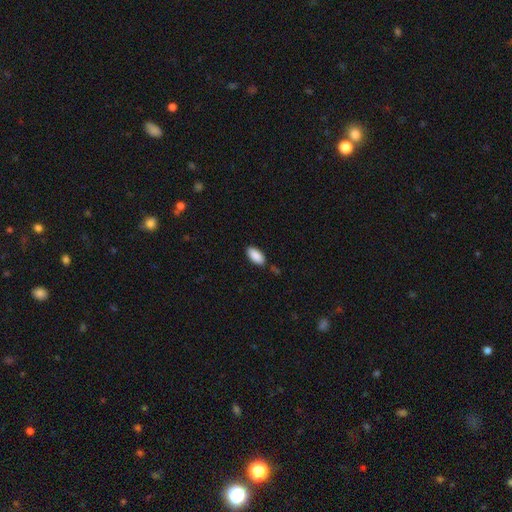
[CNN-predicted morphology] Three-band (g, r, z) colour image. It shows a smooth galaxy with no disk features (90%) that is in between round and cigar-shaped (92%). Merging: none (82%).